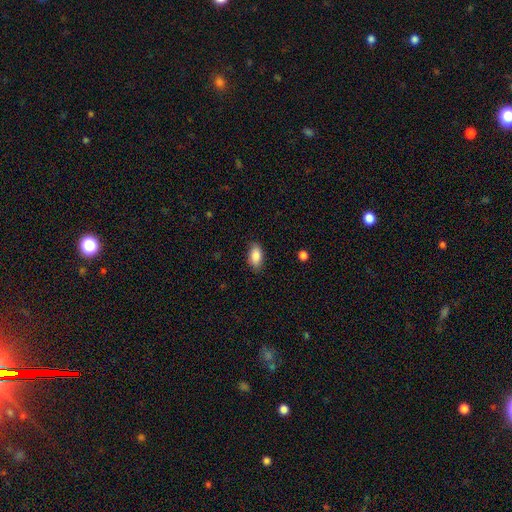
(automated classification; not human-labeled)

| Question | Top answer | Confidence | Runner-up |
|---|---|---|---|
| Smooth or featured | smooth | 87% | star or artifact (7%) |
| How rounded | in between | 92% | cigar-shaped (4%) |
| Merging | none | 83% | minor disturbance (13%) |